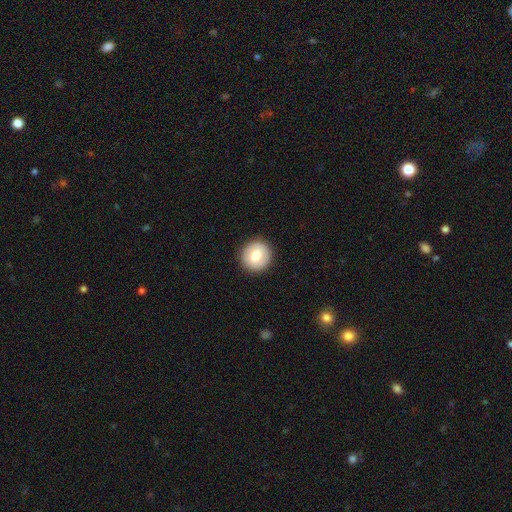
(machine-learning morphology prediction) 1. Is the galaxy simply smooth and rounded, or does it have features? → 72% smooth, 20% featured or disk, 8% star or artifact.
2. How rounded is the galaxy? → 94% round, 5% in between, 1% cigar-shaped.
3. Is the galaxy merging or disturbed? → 92% none, 6% minor disturbance, 2% major disturbance, 1% merger.